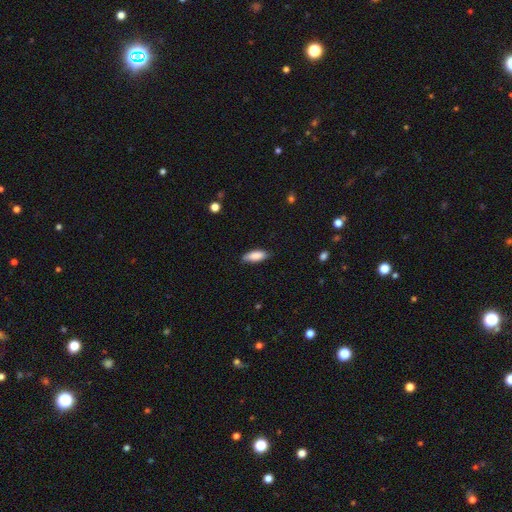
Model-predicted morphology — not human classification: Smooth or featured? smooth (86%)
How rounded? in between (73%)
Merging? none (81%)